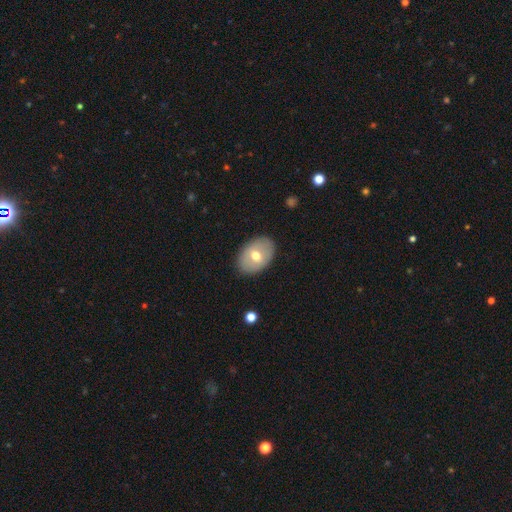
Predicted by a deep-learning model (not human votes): Morphology: type=smooth (62%); roundness=in between (82%); merging=none (87%).